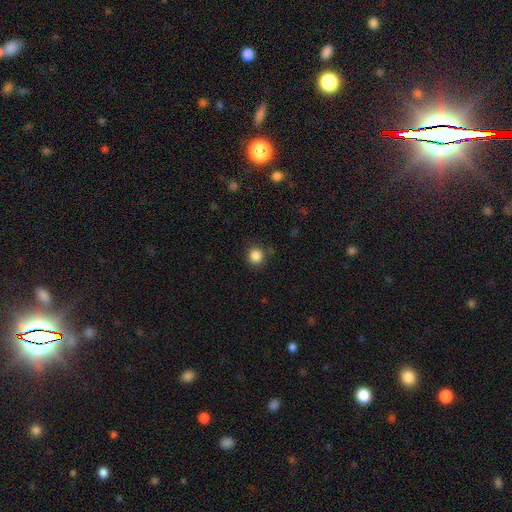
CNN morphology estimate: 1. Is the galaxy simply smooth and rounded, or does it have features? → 85% smooth, 11% star or artifact, 3% featured or disk.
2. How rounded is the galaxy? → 92% round, 7% in between, 1% cigar-shaped.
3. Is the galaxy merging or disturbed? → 85% none, 10% minor disturbance, 3% major disturbance, 2% merger.